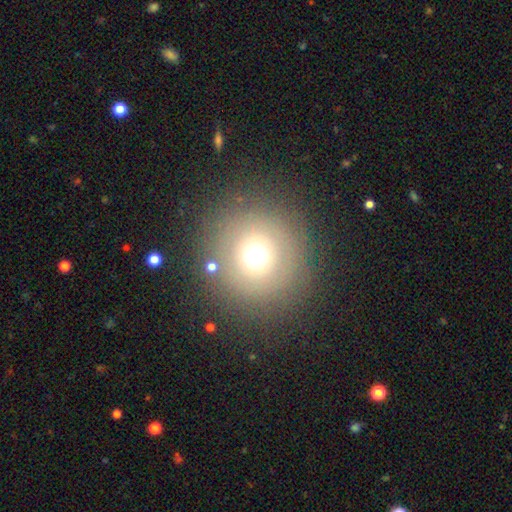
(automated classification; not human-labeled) smooth_or_featured: smooth (p=0.67) [alt: star or artifact p=0.21]
how_rounded: round (p=0.95) [alt: in between p=0.04]
merging: none (p=0.86) [alt: minor disturbance p=0.07]